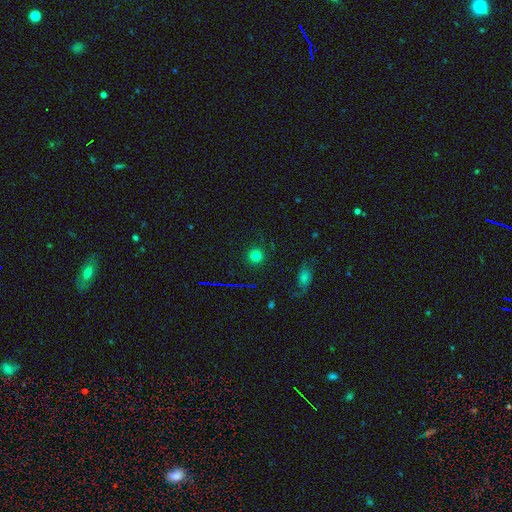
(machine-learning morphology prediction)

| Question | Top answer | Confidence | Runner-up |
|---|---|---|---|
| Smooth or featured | smooth | 74% | star or artifact (17%) |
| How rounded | round | 94% | in between (5%) |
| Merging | none | 88% | minor disturbance (7%) |